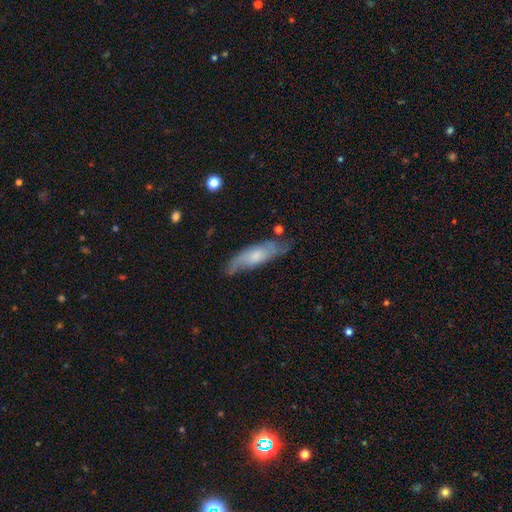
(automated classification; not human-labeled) smooth-or-featured: featured or disk: 54% | smooth: 40% | star or artifact: 6%
  disk-edge-on: no: 73% | yes: 27%
  merging: none: 64% | minor disturbance: 25% | major disturbance: 9% | merger: 3%